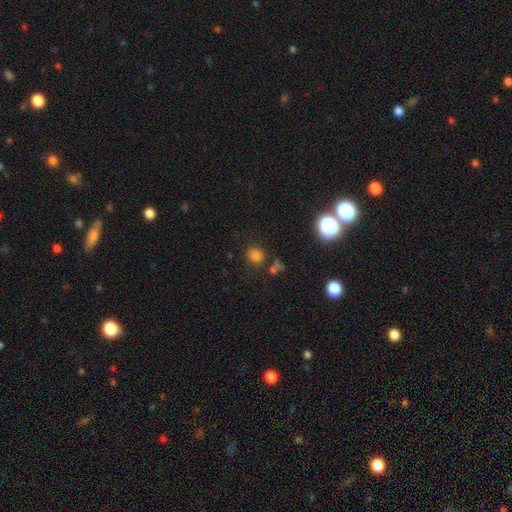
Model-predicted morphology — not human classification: Smooth or featured: smooth — 73% (star or artifact — 21%)
How rounded: round — 78% (in between — 21%)
Merging: none — 73% (minor disturbance — 12%)